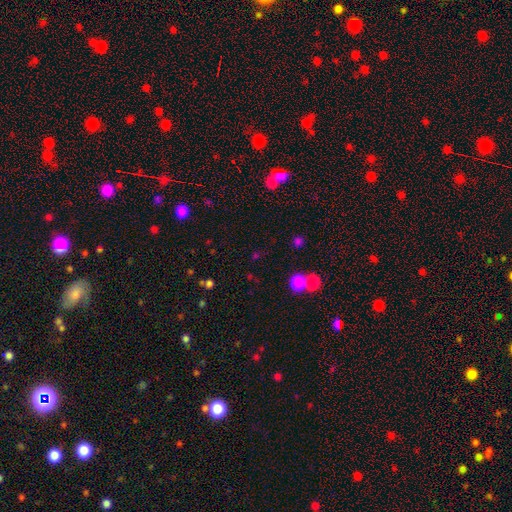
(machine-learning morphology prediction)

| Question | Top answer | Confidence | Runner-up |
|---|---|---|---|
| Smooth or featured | smooth | 63% | star or artifact (29%) |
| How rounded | round | 71% | in between (27%) |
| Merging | none | 63% | merger (22%) |